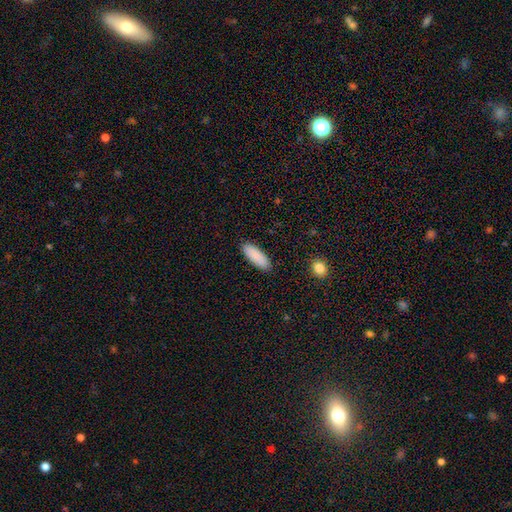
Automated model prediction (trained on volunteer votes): smooth-or-featured: smooth: 89% | star or artifact: 6% | featured or disk: 5%
  how-rounded: in between: 67% | cigar-shaped: 31% | round: 2%
  merging: none: 89% | minor disturbance: 8% | major disturbance: 2% | merger: 1%